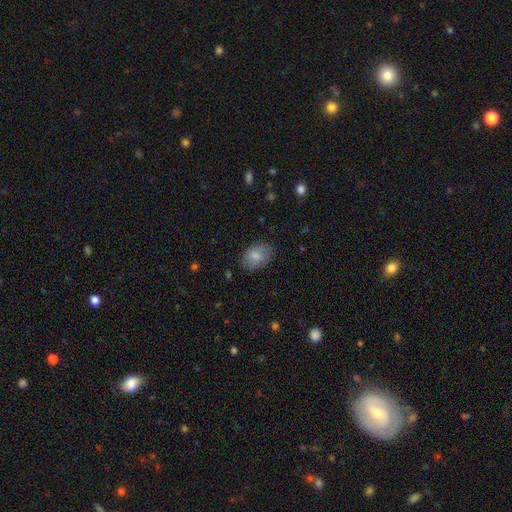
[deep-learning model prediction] smooth-or-featured: smooth: 82% | featured or disk: 11% | star or artifact: 7%
  how-rounded: in between: 82% | round: 17% | cigar-shaped: 1%
  merging: none: 76% | minor disturbance: 18% | major disturbance: 5% | merger: 1%